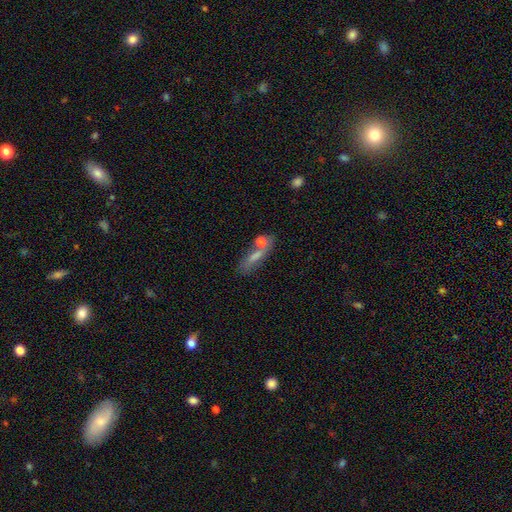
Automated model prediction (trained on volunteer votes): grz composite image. It shows a smooth galaxy with no disk features (57%) that is cigar-shaped (61%). Merging: none (59%).